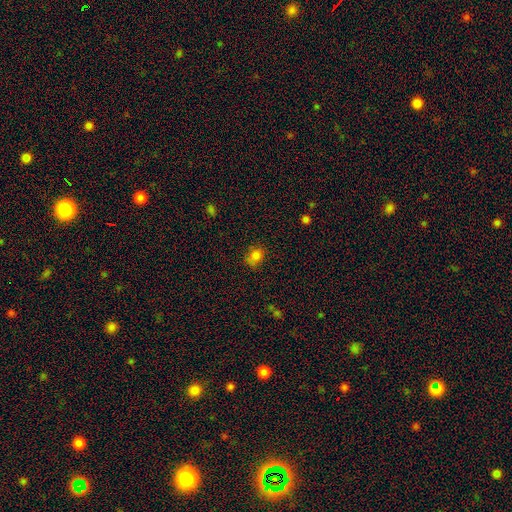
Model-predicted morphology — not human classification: This is clearly a smooth galaxy (80%). How rounded: possibly round (51%). Merging: likely none (71%).